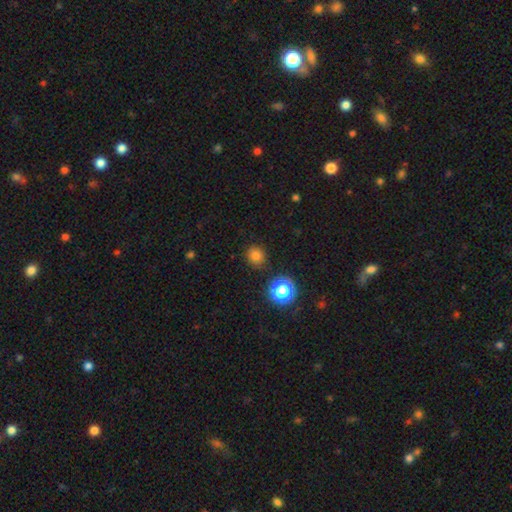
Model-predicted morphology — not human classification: smooth_or_featured: smooth (p=0.77) [alt: star or artifact p=0.17]
how_rounded: round (p=0.87) [alt: in between p=0.12]
merging: none (p=0.88) [alt: minor disturbance p=0.08]